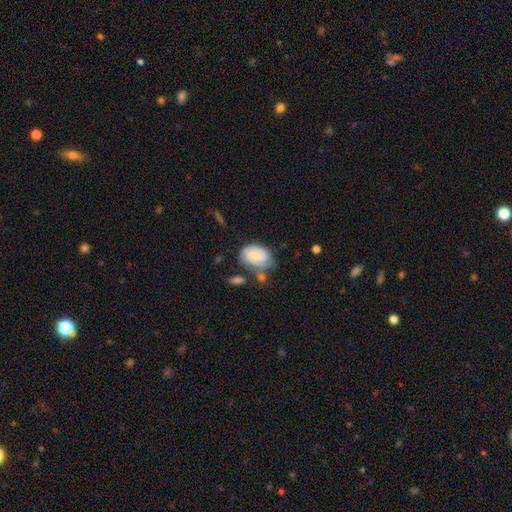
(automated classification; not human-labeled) Morphology: type=smooth (48%); merging=none (46%).